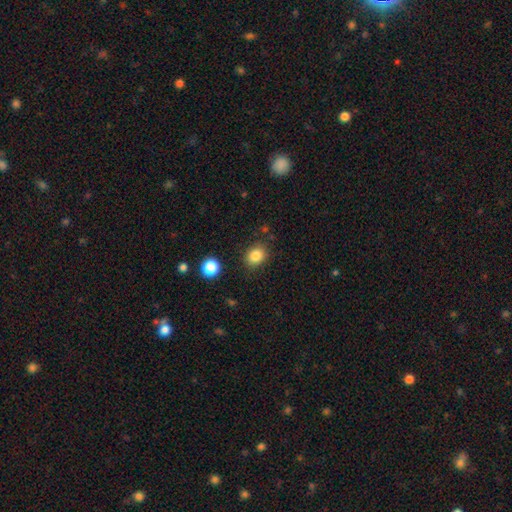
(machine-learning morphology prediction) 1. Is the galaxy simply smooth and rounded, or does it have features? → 85% smooth, 10% star or artifact, 5% featured or disk.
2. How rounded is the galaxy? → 54% round, 45% in between, 1% cigar-shaped.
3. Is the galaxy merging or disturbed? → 84% none, 10% minor disturbance, 3% major disturbance, 3% merger.